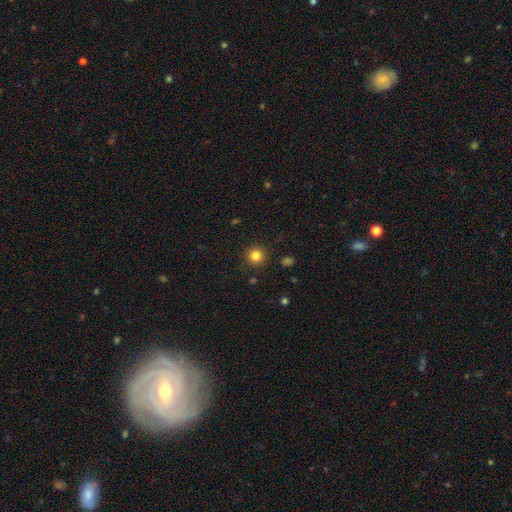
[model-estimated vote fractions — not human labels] Overall: smooth (83%). How rounded: round (94%). Merging: none (90%).